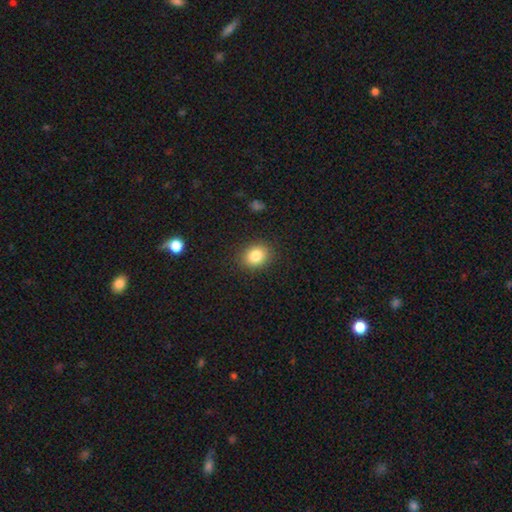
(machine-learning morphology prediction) A smooth galaxy with no disk features (83%) that is round (53%).

Vote fractions:
- Smooth or featured? smooth: 83% / star or artifact: 10% / featured or disk: 7%
- How rounded? round: 53% / in between: 46% / cigar-shaped: 1%
- Merging? none: 88% / minor disturbance: 9% / major disturbance: 3% / merger: 1%